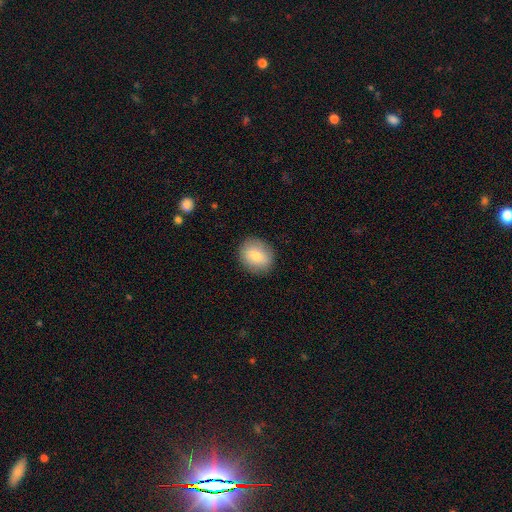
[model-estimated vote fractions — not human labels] This appears to be a smooth galaxy with no disk features (78%) that is round (68%). Merging: none (88%).